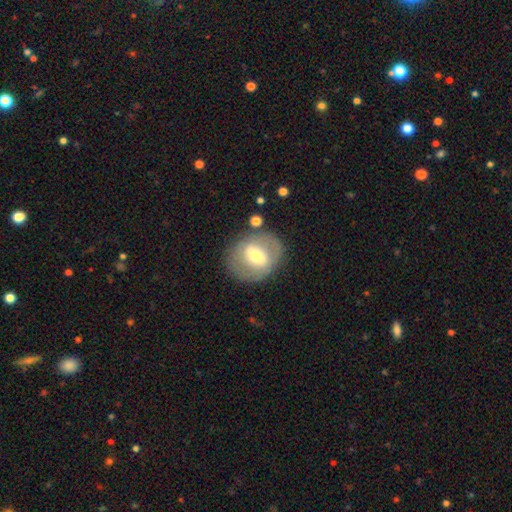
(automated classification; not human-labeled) Smooth or featured? Predicted: featured or disk (p=0.53). Edge-on disk? Predicted: no (p=0.94). Merging? Predicted: none (p=0.74).